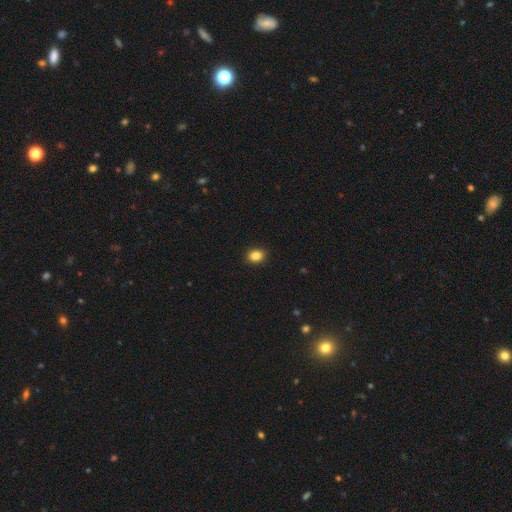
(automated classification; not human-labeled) The model was most divided on "how rounded": in between: 55%, round: 44%, cigar-shaped: 1%. More confident: merging — none (91%); smooth or featured — smooth (87%).